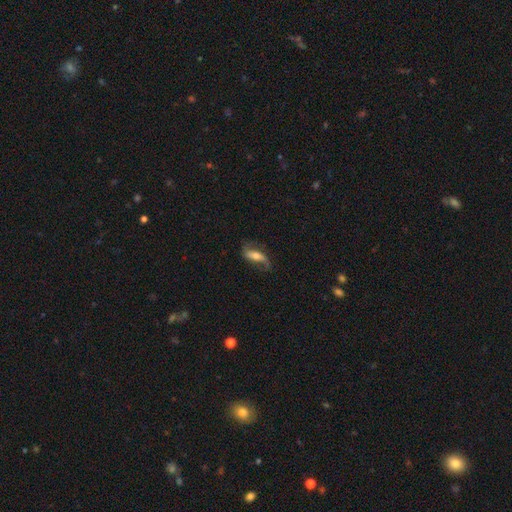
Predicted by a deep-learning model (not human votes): Smooth or featured: featured or disk — 68% (smooth — 25%)
Edge-on disk: no — 85% (yes — 15%)
Bar: strong — 37% (no — 33%)
Spiral arms: yes — 89% (no — 11%)
Spiral winding: loose — 67% (medium — 24%)
Spiral arm count: 2 — 85% (1 — 7%)
Bulge size: moderate — 57% (small — 29%)
Merging: none — 66% (minor disturbance — 20%)